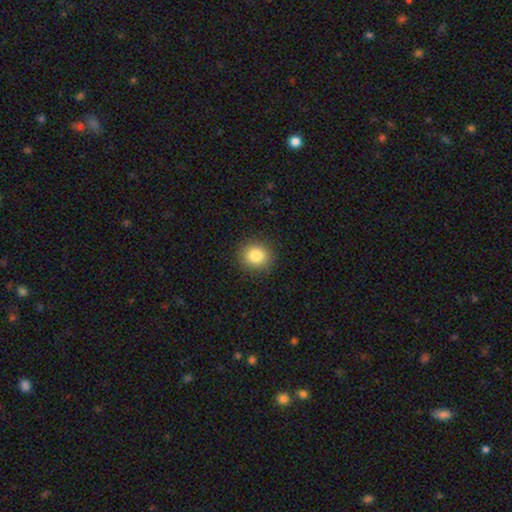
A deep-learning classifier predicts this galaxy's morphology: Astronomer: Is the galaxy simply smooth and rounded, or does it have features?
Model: smooth — 85%.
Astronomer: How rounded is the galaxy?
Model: round — 86%.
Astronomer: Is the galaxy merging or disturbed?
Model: none — 90%.